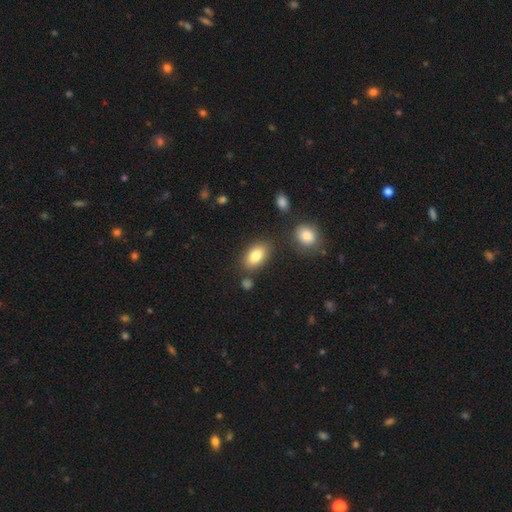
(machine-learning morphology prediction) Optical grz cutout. It shows a smooth galaxy with no disk features (82%) that is in between round and cigar-shaped (90%). Merging: none (78%).